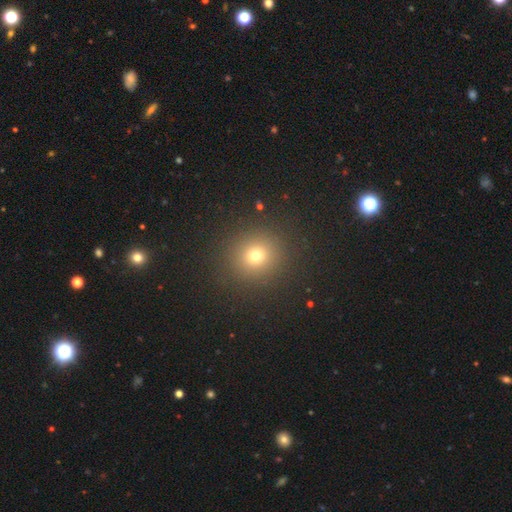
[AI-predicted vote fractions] A smooth galaxy with no disk features (70%) that is round (88%).

Vote fractions:
- Smooth or featured? smooth: 70% / star or artifact: 22% / featured or disk: 8%
- How rounded? round: 88% / in between: 11% / cigar-shaped: 1%
- Merging? none: 90% / minor disturbance: 6% / major disturbance: 3% / merger: 1%